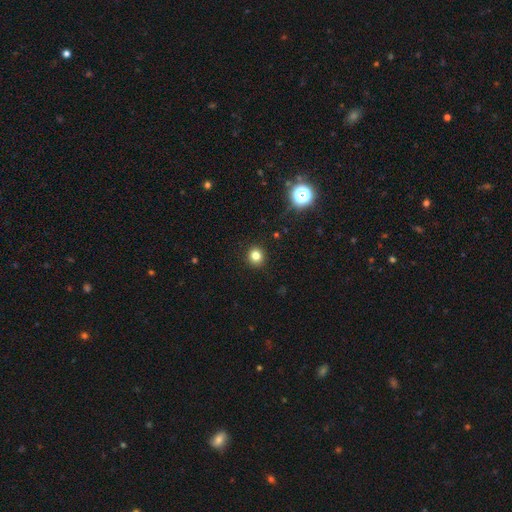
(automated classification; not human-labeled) Smooth or featured: smooth — 80% (star or artifact — 14%)
How rounded: round — 89% (in between — 10%)
Merging: none — 92% (minor disturbance — 5%)